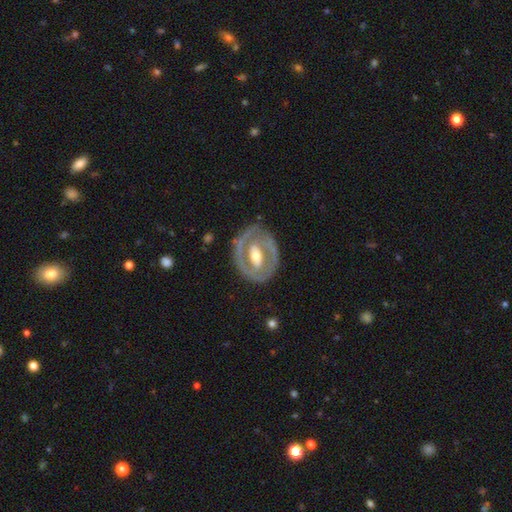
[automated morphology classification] type=featured or disk (78%); edge-on=no (95%); bar=strong (37%); spiral arms=yes (52%); bulge=moderate (69%); merging=none (74%).